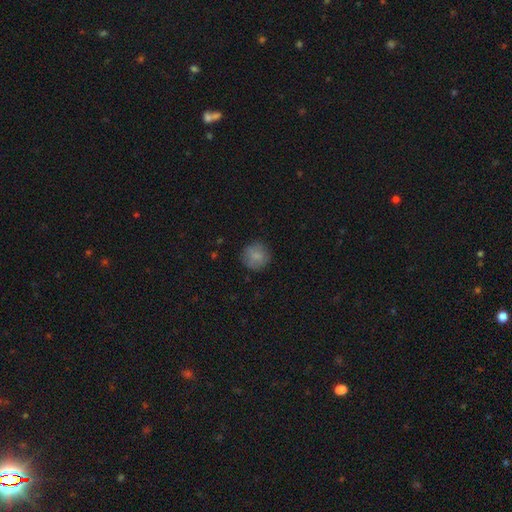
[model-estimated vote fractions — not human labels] Q: Smooth or featured?
A: smooth (82%); runner-up: featured or disk (9%)
Q: How rounded?
A: round (93%); runner-up: in between (6%)
Q: Merging?
A: none (84%); runner-up: minor disturbance (12%)